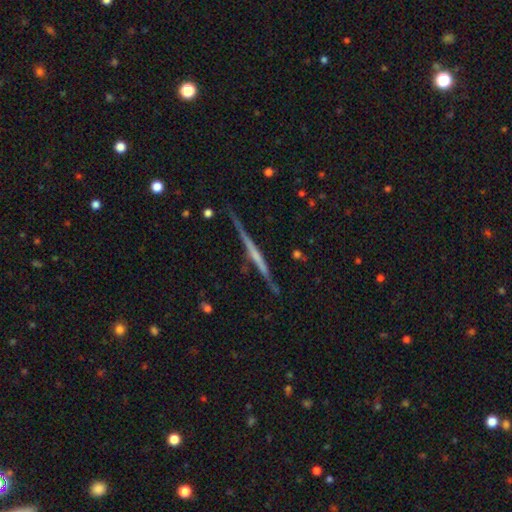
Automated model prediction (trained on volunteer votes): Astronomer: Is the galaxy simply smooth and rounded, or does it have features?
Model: featured or disk — 75%.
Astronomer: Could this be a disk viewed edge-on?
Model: yes — 97%.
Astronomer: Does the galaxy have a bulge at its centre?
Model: none — 53% (runner-up: rounded, 31%).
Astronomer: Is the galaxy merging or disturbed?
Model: none — 84%.